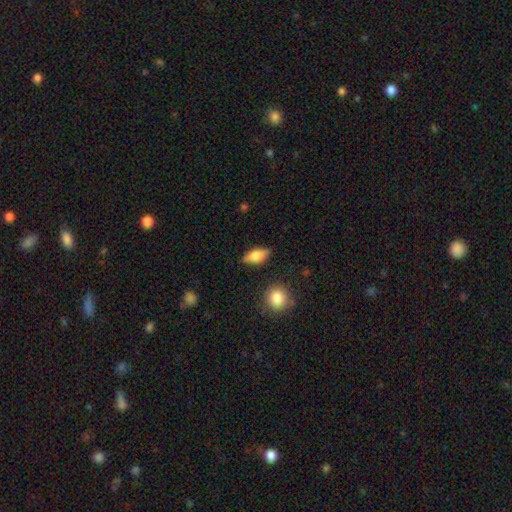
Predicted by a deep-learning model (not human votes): Smooth or featured?
  - smooth: 66% *
  - featured or disk: 27%
  - star or artifact: 7%
How rounded?
  - in between: 76% *
  - cigar-shaped: 18%
  - round: 6%
Merging?
  - none: 84% *
  - minor disturbance: 11%
  - major disturbance: 3%
  - merger: 2%